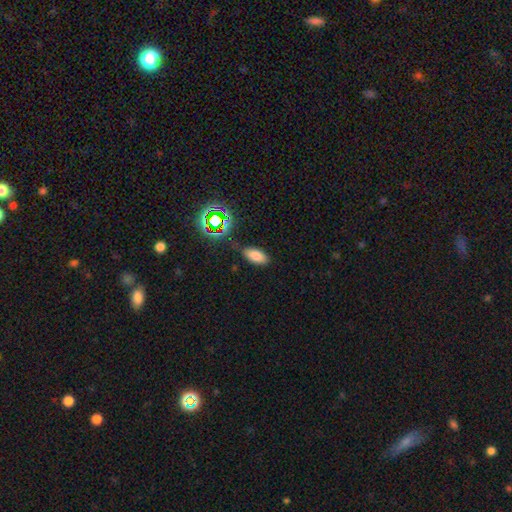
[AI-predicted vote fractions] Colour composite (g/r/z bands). It shows a smooth galaxy with no disk features (75%) that is in between round and cigar-shaped (89%). Merging: none (78%).